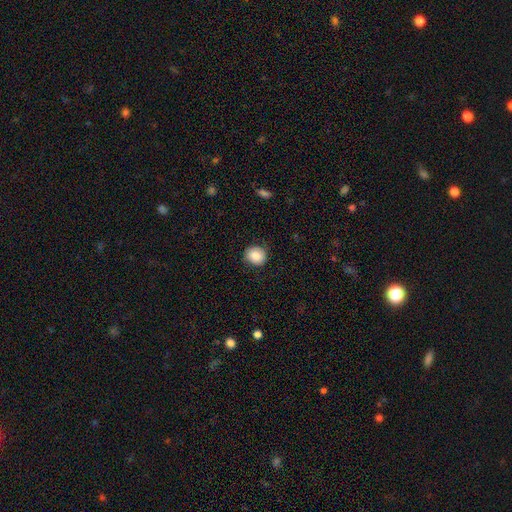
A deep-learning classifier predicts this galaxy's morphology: A smooth galaxy with no disk features (83%) that is round (82%). Merging: none (81%).